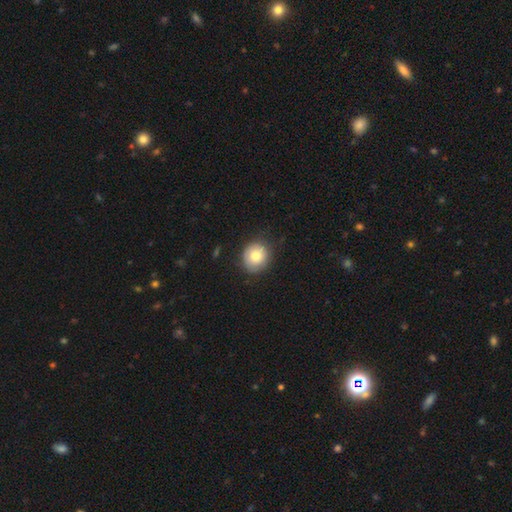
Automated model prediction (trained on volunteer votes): Morphology: type=smooth (77%); roundness=round (84%); merging=none (80%).